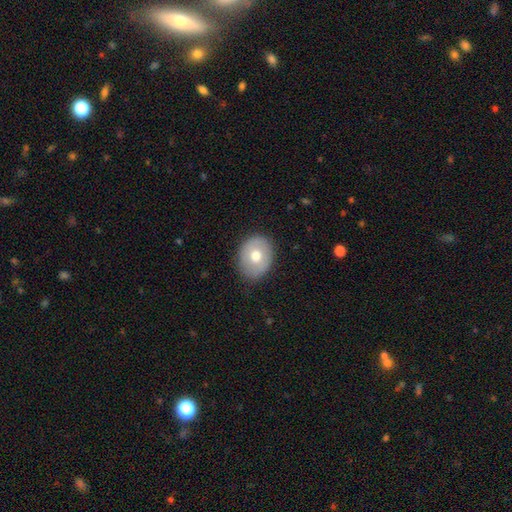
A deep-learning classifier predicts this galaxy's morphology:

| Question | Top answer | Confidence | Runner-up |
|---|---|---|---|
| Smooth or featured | smooth | 67% | featured or disk (25%) |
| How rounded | round | 51% | in between (48%) |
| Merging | none | 83% | minor disturbance (13%) |